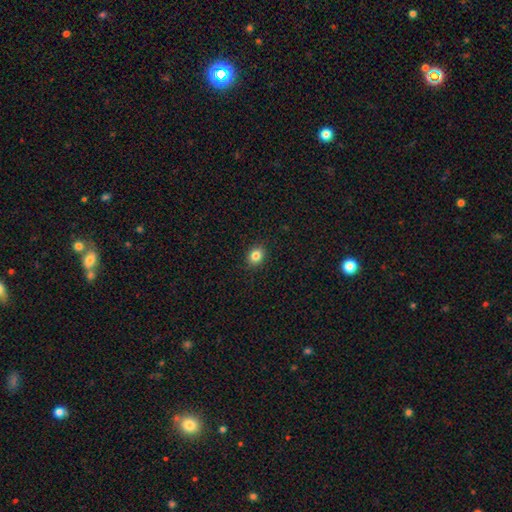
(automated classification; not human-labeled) smooth-or-featured: smooth: 83% | star or artifact: 11% | featured or disk: 5%
  how-rounded: round: 62% | in between: 37% | cigar-shaped: 1%
  merging: none: 91% | minor disturbance: 7% | major disturbance: 2% | merger: 1%